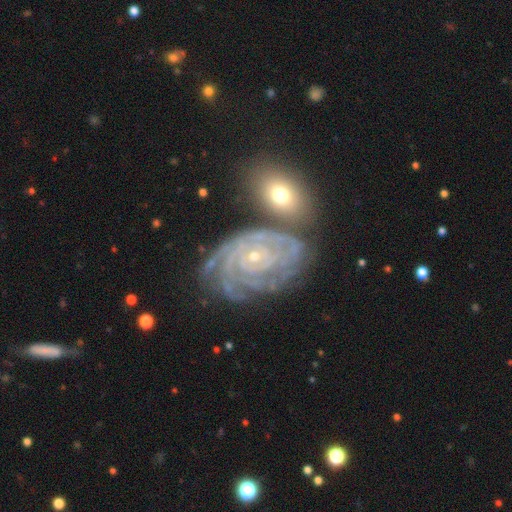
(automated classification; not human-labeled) This is clearly a featured or disk galaxy (88%). It is clearly not viewed edge-on (96%). Bar: likely no (74%). Spiral arm pattern: clearly yes (97%). Spiral arm count: marginally can't tell (27%). Spiral winding: clearly tight (83%). Central bulge: clearly small (83%). Merging: likely none (62%).